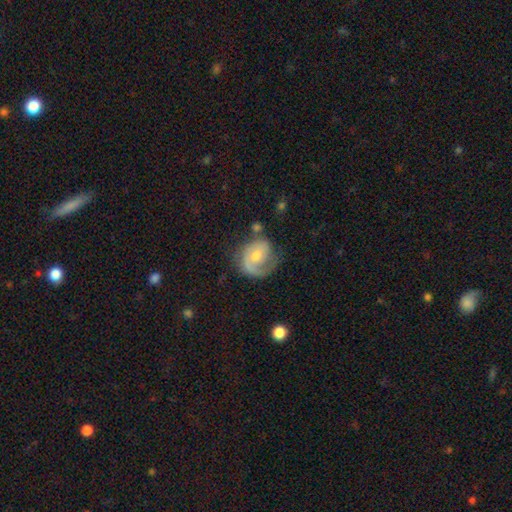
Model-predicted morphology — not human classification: Smooth or featured: featured or disk — 74% (smooth — 19%)
Edge-on disk: no — 98% (yes — 2%)
Bar: no — 58% (weak — 35%)
Spiral arms: yes — 90% (no — 10%)
Spiral winding: tight — 45% (medium — 37%)
Spiral arm count: 1 — 58% (2 — 29%)
Bulge size: moderate — 56% (small — 37%)
Merging: none — 57% (minor disturbance — 22%)